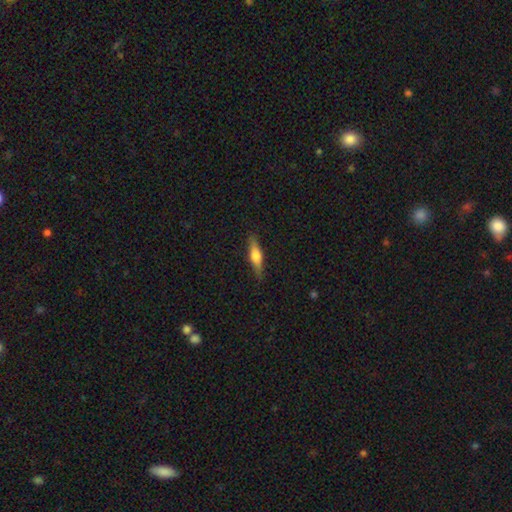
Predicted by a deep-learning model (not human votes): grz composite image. It shows a featured or disk galaxy (53%) viewed edge-on (95%) with a rounded central bulge (87%). Merging: none (88%).